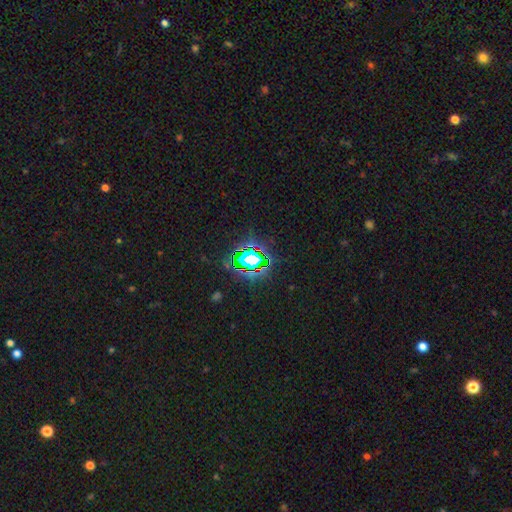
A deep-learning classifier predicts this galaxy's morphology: Overall: star or artifact (77%).